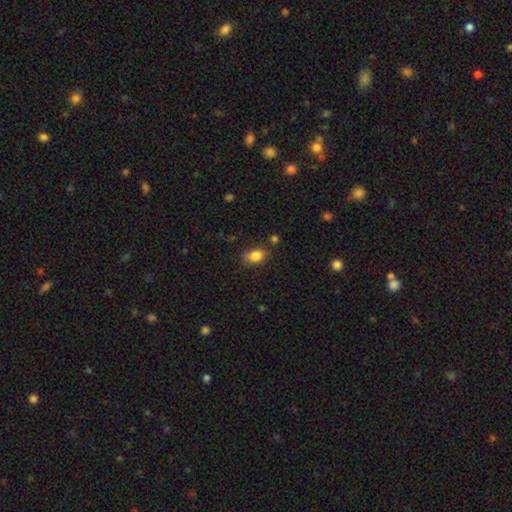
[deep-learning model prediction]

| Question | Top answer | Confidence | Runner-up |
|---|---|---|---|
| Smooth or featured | smooth | 85% | star or artifact (9%) |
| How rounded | in between | 75% | round (23%) |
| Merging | none | 76% | minor disturbance (17%) |